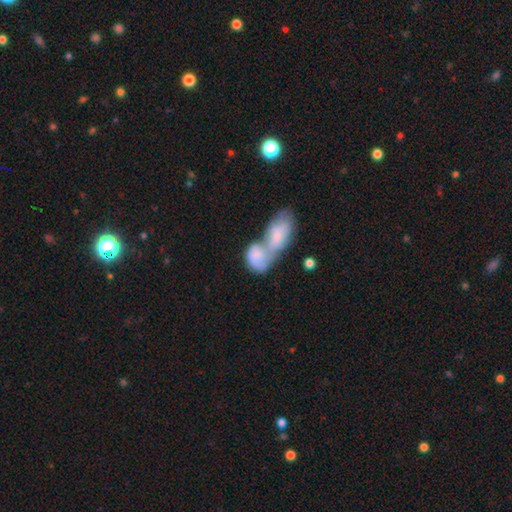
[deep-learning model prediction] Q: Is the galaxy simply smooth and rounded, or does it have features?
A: smooth — 72%.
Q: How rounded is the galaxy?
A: in between — 75%.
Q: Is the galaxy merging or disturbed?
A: merger — 77%.